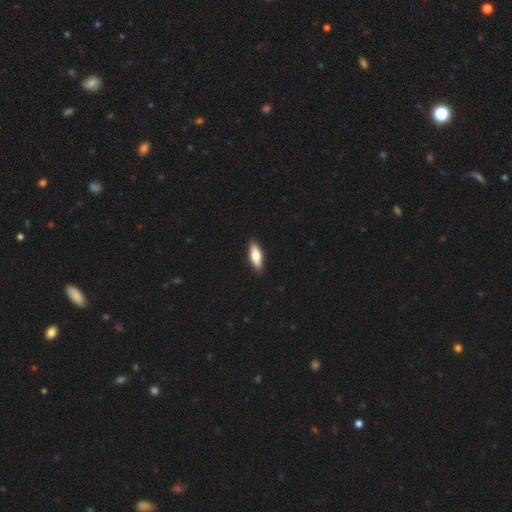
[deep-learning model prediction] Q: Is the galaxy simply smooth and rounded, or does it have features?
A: smooth — 72%.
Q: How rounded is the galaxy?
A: in between — 63%.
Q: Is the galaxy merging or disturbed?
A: none — 90%.